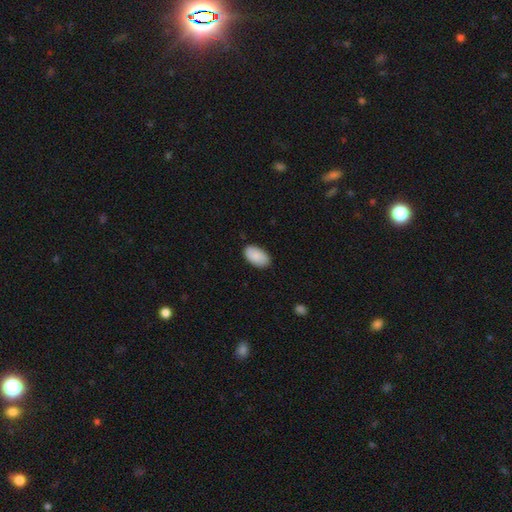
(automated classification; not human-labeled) Smooth or featured: smooth — 87% (featured or disk — 7%)
How rounded: in between — 95% (round — 4%)
Merging: none — 85% (minor disturbance — 12%)